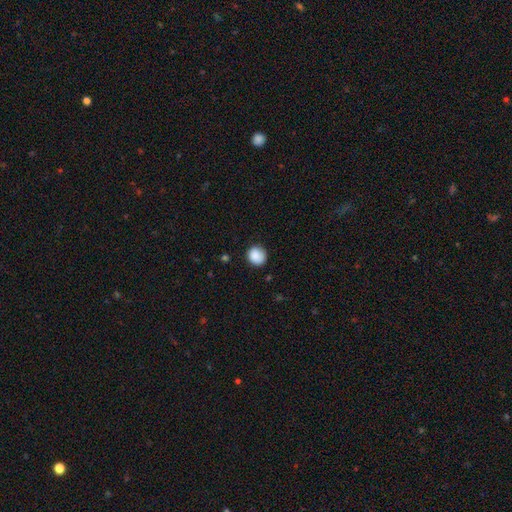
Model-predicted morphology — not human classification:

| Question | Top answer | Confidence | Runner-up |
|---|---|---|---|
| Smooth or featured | smooth | 87% | star or artifact (8%) |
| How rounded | round | 86% | in between (13%) |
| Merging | none | 80% | minor disturbance (15%) |